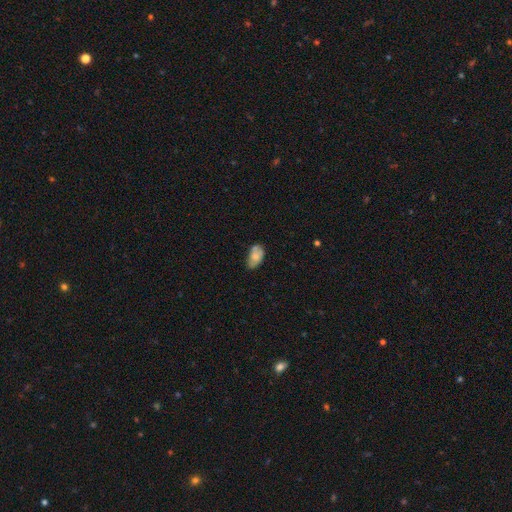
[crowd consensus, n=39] Q: Smooth or featured?
A: smooth (72%); runner-up: featured or disk (26%)
Q: How rounded?
A: in between (96%); runner-up: round (4%)
Q: Merging?
A: none (58%); runner-up: minor disturbance (37%)